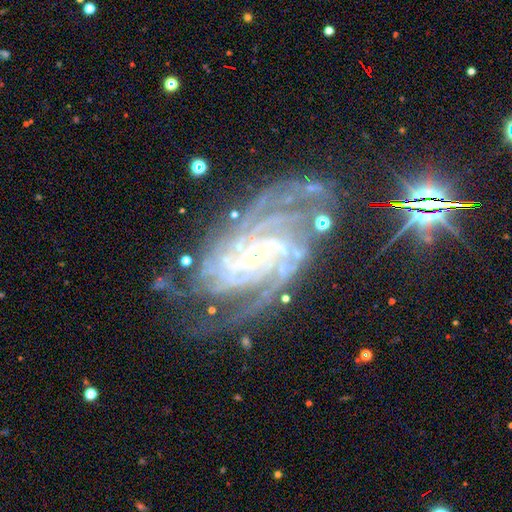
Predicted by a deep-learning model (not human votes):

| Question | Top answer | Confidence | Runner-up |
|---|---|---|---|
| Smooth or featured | featured or disk | 91% | star or artifact (6%) |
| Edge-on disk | no | 97% | yes (3%) |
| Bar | no | 59% | weak (28%) |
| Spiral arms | yes | 99% | no (1%) |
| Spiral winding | tight | 70% | medium (26%) |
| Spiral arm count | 4 | 26% | more than 4 (25%) |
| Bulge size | small | 84% | moderate (10%) |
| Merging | none | 69% | minor disturbance (19%) |